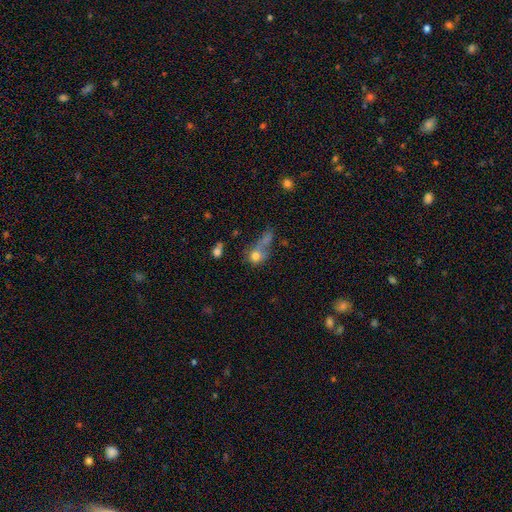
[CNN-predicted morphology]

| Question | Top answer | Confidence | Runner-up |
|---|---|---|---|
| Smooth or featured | smooth | 67% | featured or disk (19%) |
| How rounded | round | 60% | in between (34%) |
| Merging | merger | 35% | none (26%) |